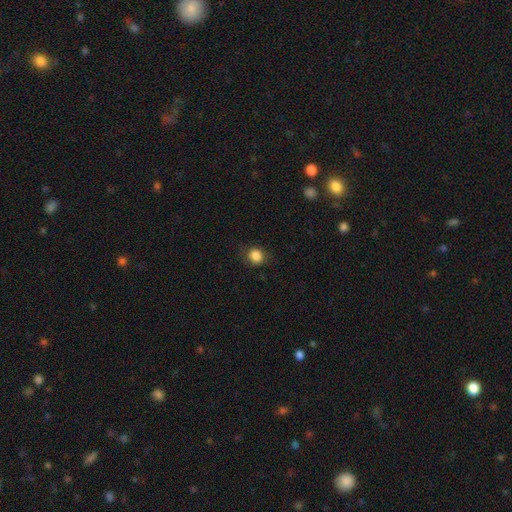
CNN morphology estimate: The model was most divided on "how rounded": round: 83%, in between: 16%, cigar-shaped: 1%. More confident: smooth or featured — smooth (86%); merging — none (83%).